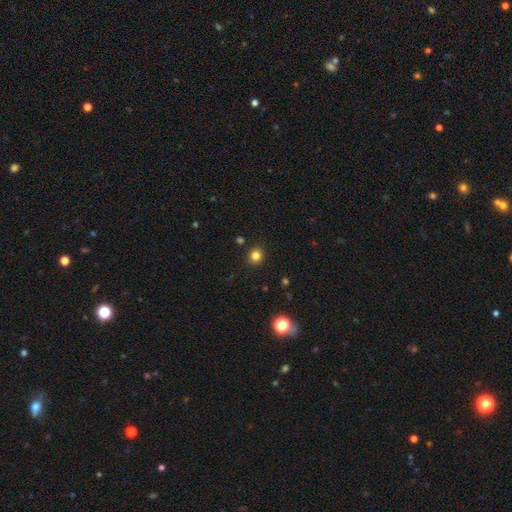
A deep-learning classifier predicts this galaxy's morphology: Smooth or featured? Predicted: smooth (p=0.82). How rounded? Predicted: round (p=0.83). Merging? Predicted: none (p=0.88).